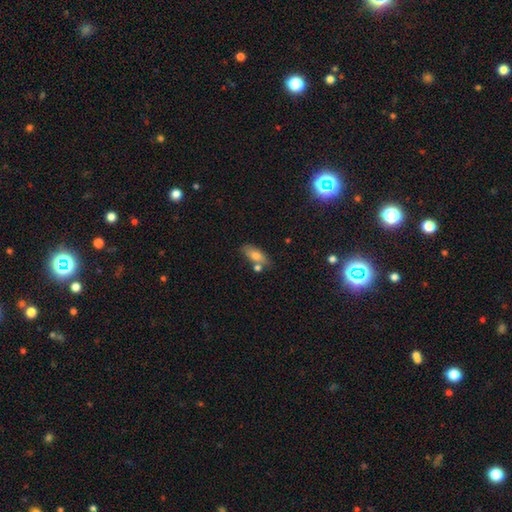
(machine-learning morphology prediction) Smooth or featured? smooth (74%)
How rounded? in between (79%)
Merging? none (65%)